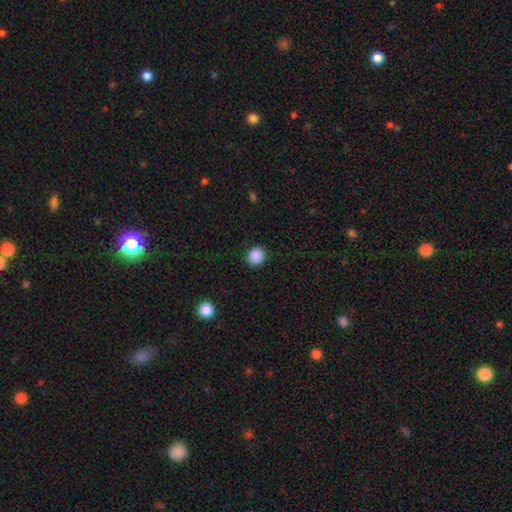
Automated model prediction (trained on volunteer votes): smooth_or_featured: smooth (p=0.89) [alt: star or artifact p=0.09]
how_rounded: round (p=0.86) [alt: in between p=0.14]
merging: none (p=0.91) [alt: minor disturbance p=0.06]